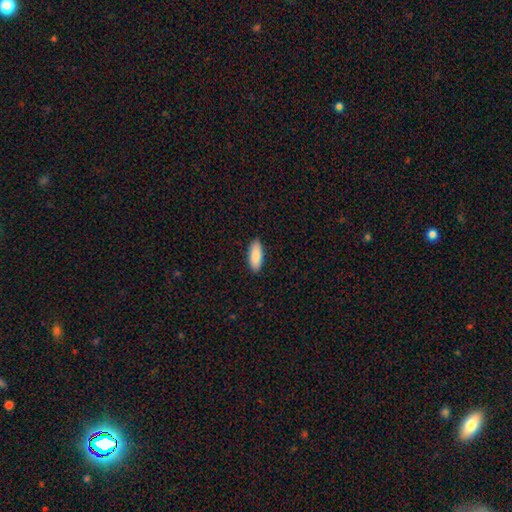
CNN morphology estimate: Smooth or featured? Predicted: smooth (p=0.89). How rounded? Predicted: in between (p=0.80). Merging? Predicted: none (p=0.89).